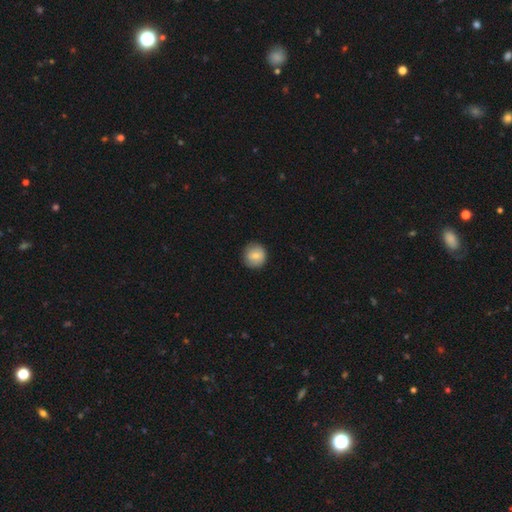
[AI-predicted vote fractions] Smooth or featured?
  - smooth: 79% *
  - featured or disk: 14%
  - star or artifact: 8%
How rounded?
  - round: 93% *
  - in between: 6%
  - cigar-shaped: 1%
Merging?
  - none: 88% *
  - minor disturbance: 8%
  - major disturbance: 2%
  - merger: 1%